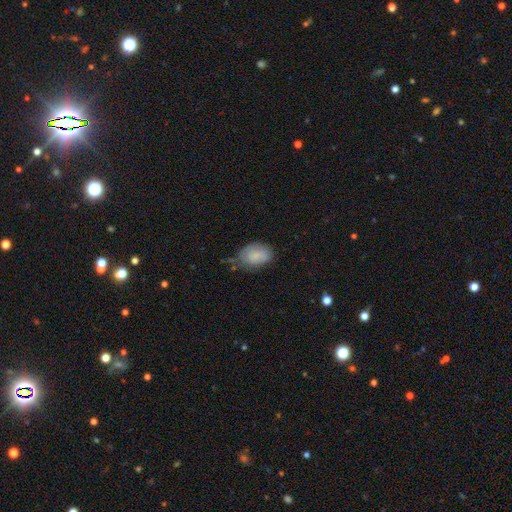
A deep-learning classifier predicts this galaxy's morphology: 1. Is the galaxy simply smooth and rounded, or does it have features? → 76% smooth, 16% featured or disk, 7% star or artifact.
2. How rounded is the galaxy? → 84% in between, 14% round, 1% cigar-shaped.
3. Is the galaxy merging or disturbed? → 51% none, 35% minor disturbance, 11% major disturbance, 4% merger.